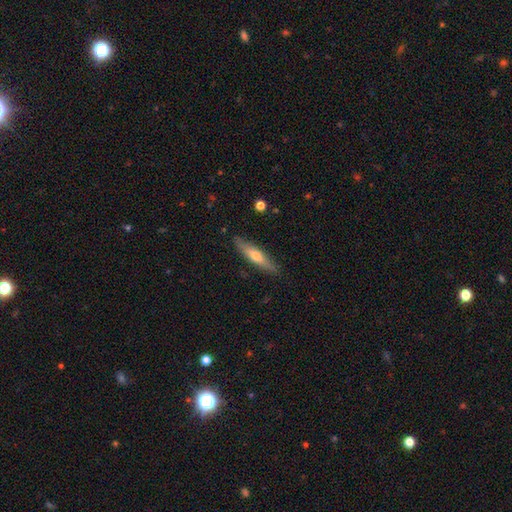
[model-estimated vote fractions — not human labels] Smooth or featured?
  - smooth: 51% *
  - featured or disk: 43%
  - star or artifact: 6%
How rounded?
  - cigar-shaped: 83% *
  - in between: 16%
  - round: 2%
Merging?
  - none: 87% *
  - minor disturbance: 10%
  - major disturbance: 2%
  - merger: 1%